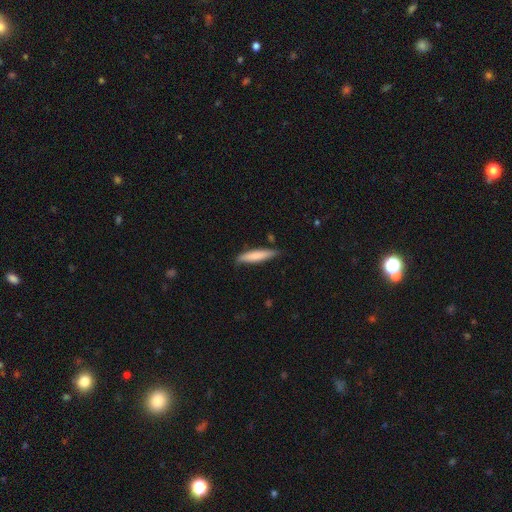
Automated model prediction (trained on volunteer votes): Q: Smooth or featured?
A: smooth (77%); runner-up: featured or disk (17%)
Q: How rounded?
A: cigar-shaped (85%); runner-up: in between (13%)
Q: Merging?
A: none (78%); runner-up: minor disturbance (17%)